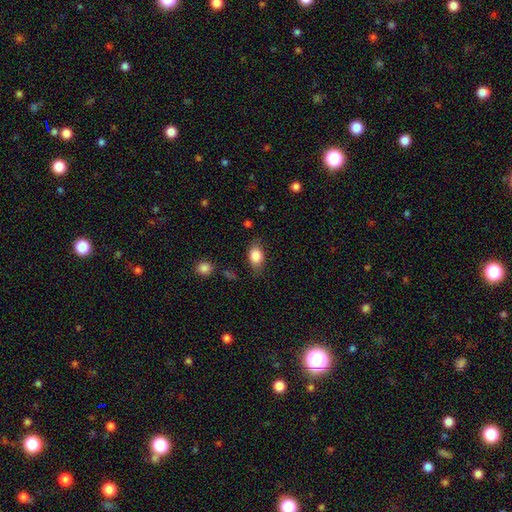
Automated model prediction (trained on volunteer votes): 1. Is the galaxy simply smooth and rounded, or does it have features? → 85% smooth, 8% star or artifact, 8% featured or disk.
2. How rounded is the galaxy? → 79% in between, 19% round, 2% cigar-shaped.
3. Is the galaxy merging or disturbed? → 72% none, 20% minor disturbance, 6% major disturbance, 2% merger.